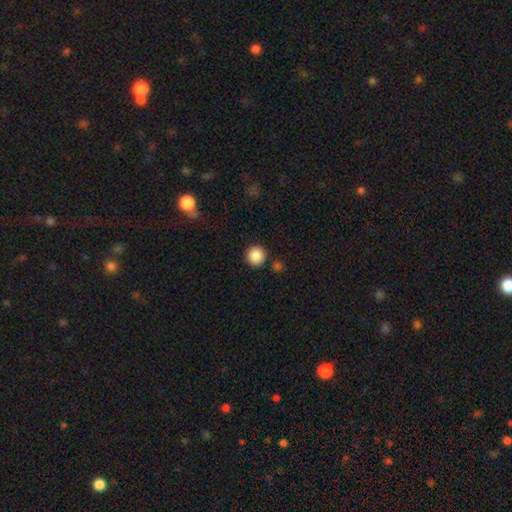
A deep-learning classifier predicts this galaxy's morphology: smooth_or_featured: smooth (p=0.87) [alt: star or artifact p=0.09]
how_rounded: round (p=0.95) [alt: in between p=0.04]
merging: none (p=0.88) [alt: minor disturbance p=0.06]